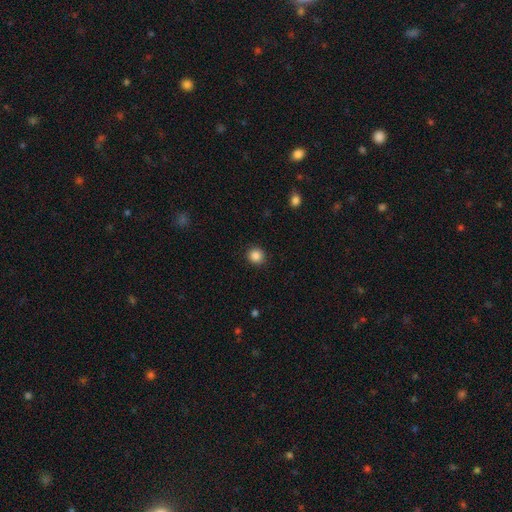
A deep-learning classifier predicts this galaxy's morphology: Smooth or featured?
  - smooth: 86% *
  - star or artifact: 10%
  - featured or disk: 3%
How rounded?
  - round: 91% *
  - in between: 8%
  - cigar-shaped: 1%
Merging?
  - none: 91% *
  - minor disturbance: 6%
  - major disturbance: 2%
  - merger: 1%